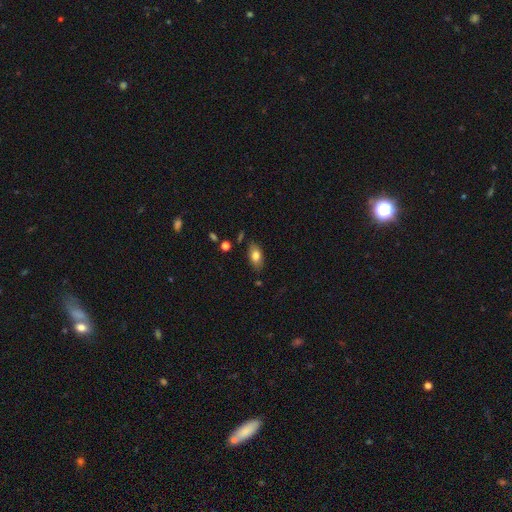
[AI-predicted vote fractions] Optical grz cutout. It shows a smooth galaxy with no disk features (77%) that is in between round and cigar-shaped (89%). Merging: none (81%).